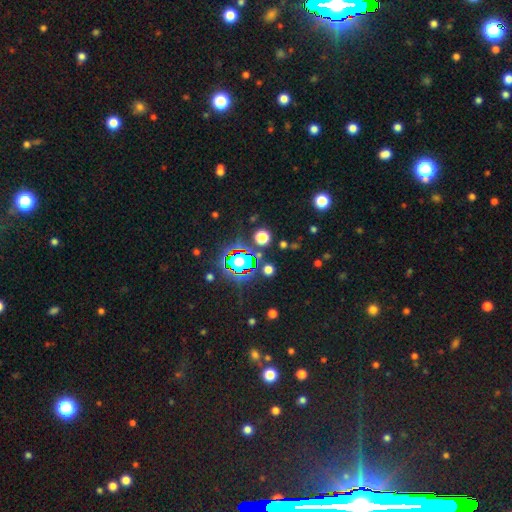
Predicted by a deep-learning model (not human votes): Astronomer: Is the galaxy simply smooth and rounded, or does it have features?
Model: star or artifact — 72%.